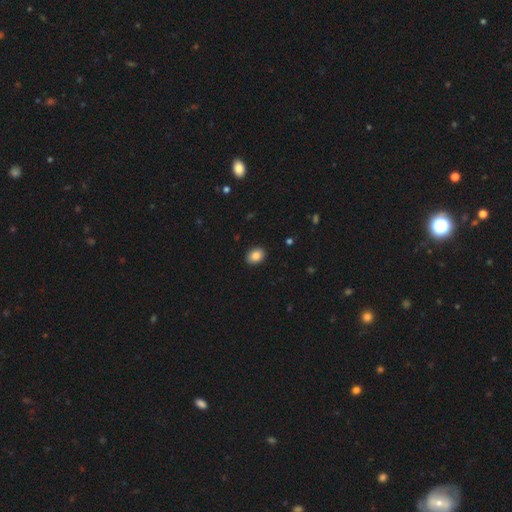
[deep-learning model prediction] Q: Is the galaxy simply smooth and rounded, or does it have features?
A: smooth — 86%.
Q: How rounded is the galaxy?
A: in between — 68%.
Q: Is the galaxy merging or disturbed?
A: none — 91%.